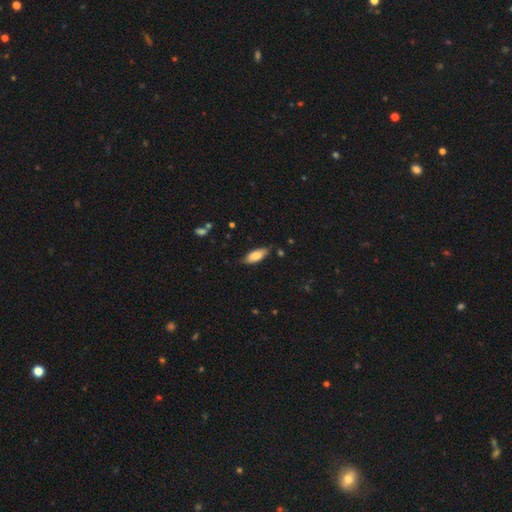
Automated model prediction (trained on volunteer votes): This appears to be a smooth galaxy with no disk features (78%) that is in between round and cigar-shaped (79%). Merging: none (75%).